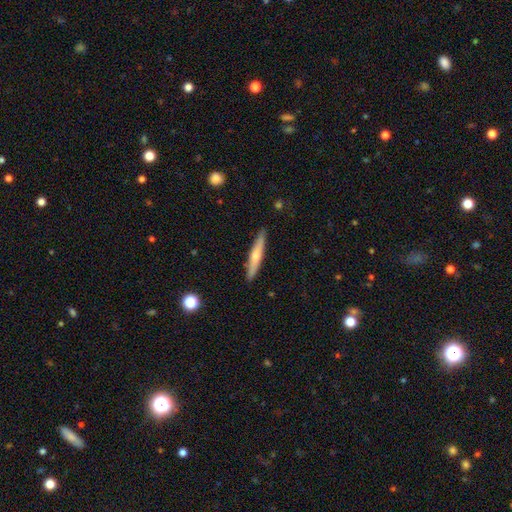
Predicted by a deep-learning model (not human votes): Smooth or featured: featured or disk — 53% (smooth — 40%)
Edge-on disk: yes — 95% (no — 5%)
Edge-on bulge: rounded — 79% (none — 18%)
Merging: none — 90% (minor disturbance — 7%)